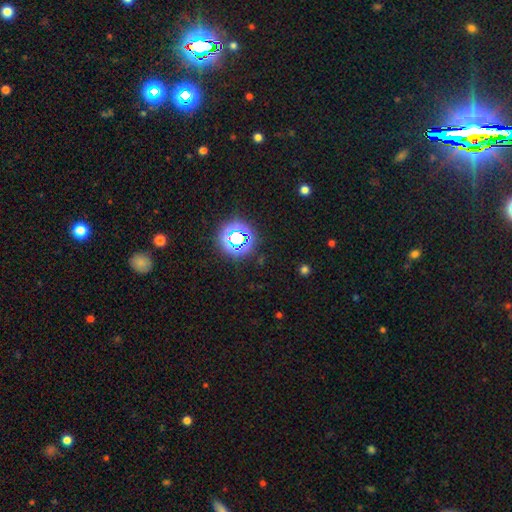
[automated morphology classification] type=star or artifact (77%).